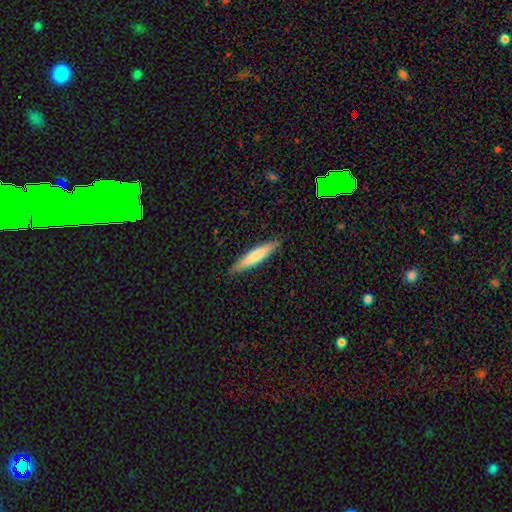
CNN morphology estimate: Smooth or featured? Predicted: smooth (p=0.71). How rounded? Predicted: cigar-shaped (p=0.89). Merging? Predicted: none (p=0.89).